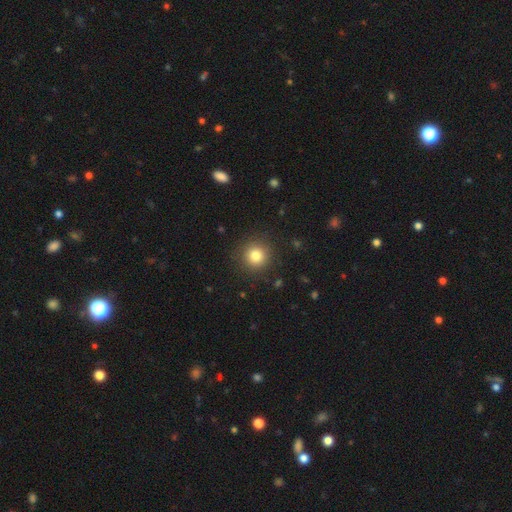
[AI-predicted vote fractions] smooth-or-featured: smooth: 82% | star or artifact: 12% | featured or disk: 7%
  how-rounded: round: 94% | in between: 5% | cigar-shaped: 1%
  merging: none: 90% | minor disturbance: 7% | major disturbance: 3% | merger: 1%